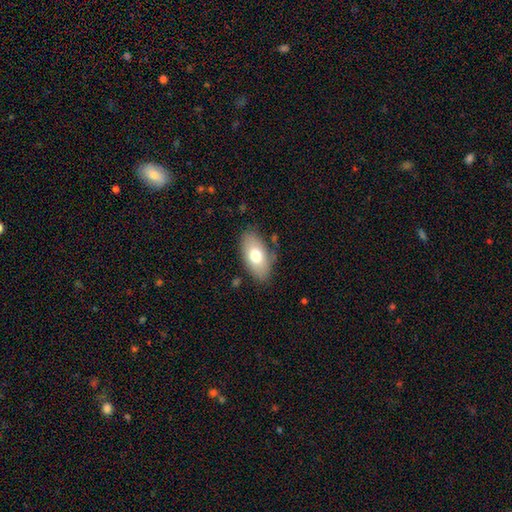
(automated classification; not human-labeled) Morphology: type=smooth (71%); roundness=in between (92%); merging=none (79%).